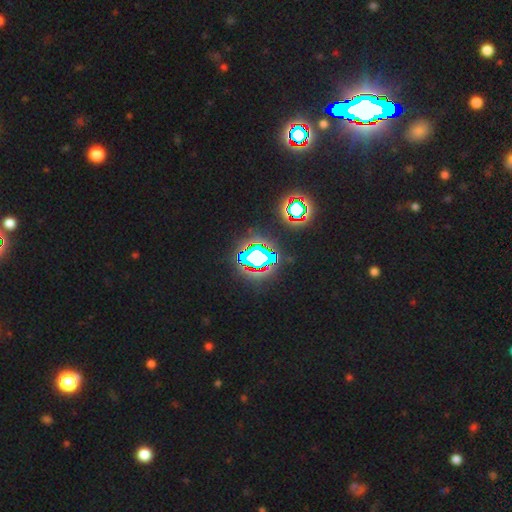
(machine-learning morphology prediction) The model was most divided on "smooth or featured": star or artifact: 72%, smooth: 15%, featured or disk: 13%.